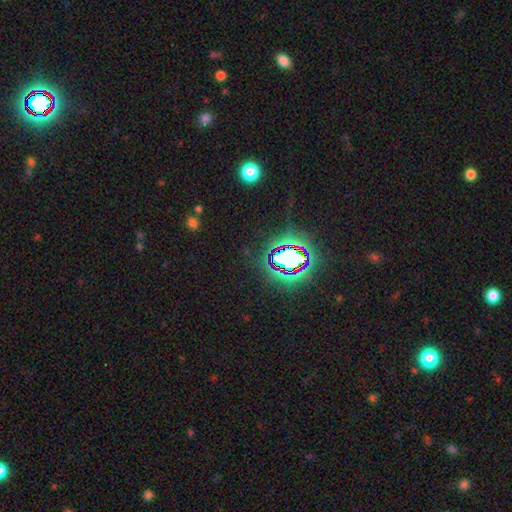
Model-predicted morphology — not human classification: Overall: star or artifact (80%).